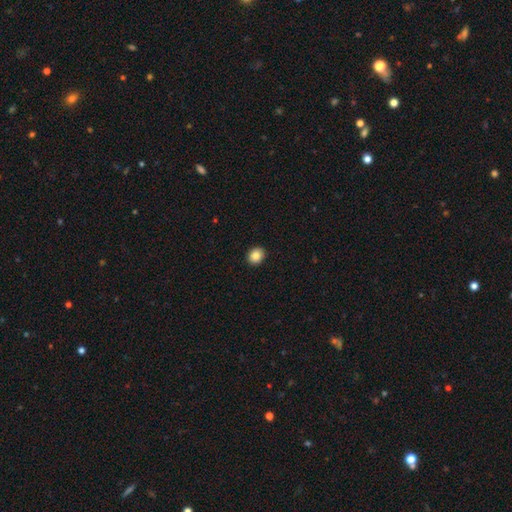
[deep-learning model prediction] Smooth or featured? Predicted: smooth (p=0.85). How rounded? Predicted: round (p=0.68). Merging? Predicted: none (p=0.92).